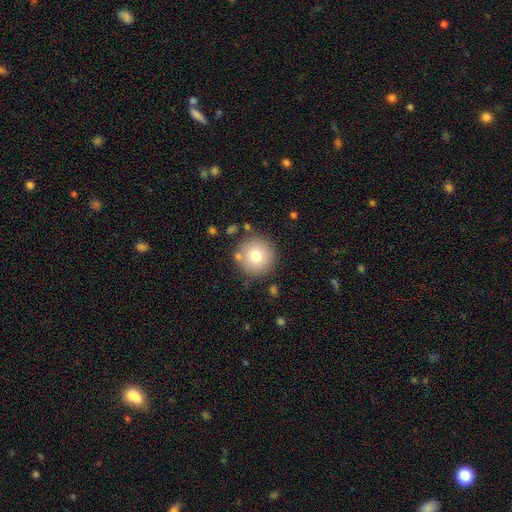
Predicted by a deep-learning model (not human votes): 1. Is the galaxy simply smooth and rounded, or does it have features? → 76% smooth, 14% featured or disk, 10% star or artifact.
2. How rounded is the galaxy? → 96% round, 3% in between, 1% cigar-shaped.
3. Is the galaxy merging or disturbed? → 83% none, 9% minor disturbance, 5% merger, 3% major disturbance.